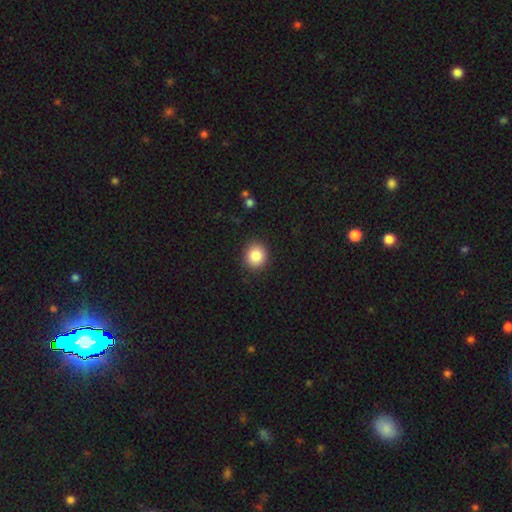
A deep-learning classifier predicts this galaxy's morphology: Smooth or featured: smooth — 87% (star or artifact — 9%)
How rounded: round — 81% (in between — 19%)
Merging: none — 90% (minor disturbance — 7%)